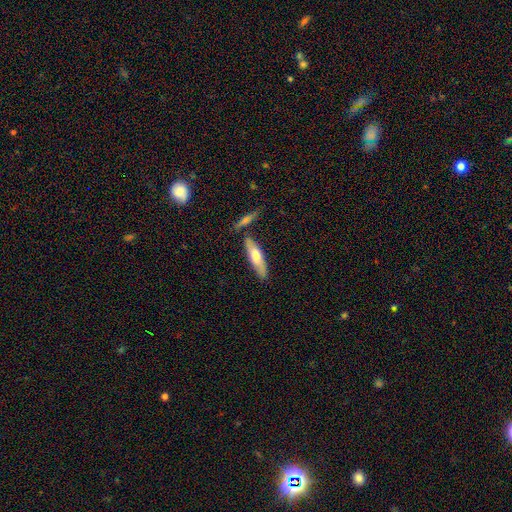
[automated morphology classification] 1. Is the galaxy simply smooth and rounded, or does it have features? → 62% smooth, 32% featured or disk, 5% star or artifact.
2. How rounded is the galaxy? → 66% cigar-shaped, 32% in between, 2% round.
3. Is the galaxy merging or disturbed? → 72% none, 13% minor disturbance, 12% merger, 3% major disturbance.